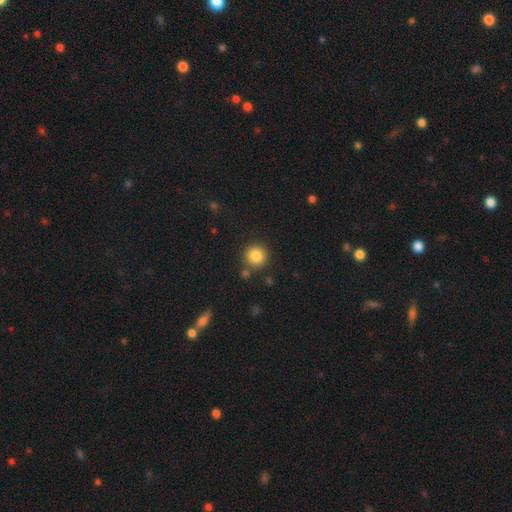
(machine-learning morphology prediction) Smooth or featured?
  - smooth: 84% *
  - star or artifact: 10%
  - featured or disk: 5%
How rounded?
  - round: 94% *
  - in between: 5%
  - cigar-shaped: 1%
Merging?
  - none: 84% *
  - minor disturbance: 7%
  - merger: 6%
  - major disturbance: 2%